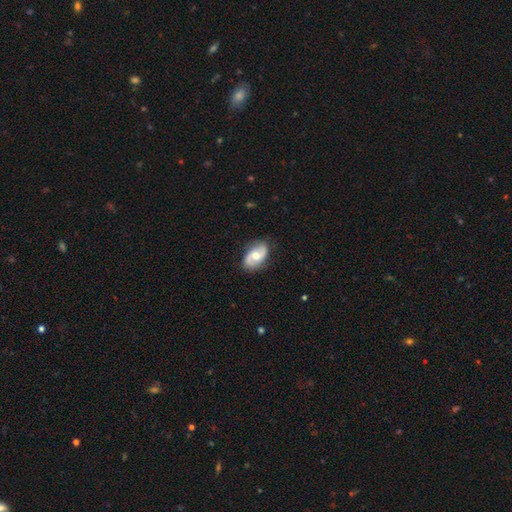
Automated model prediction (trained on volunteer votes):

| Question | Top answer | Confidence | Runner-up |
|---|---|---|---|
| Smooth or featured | featured or disk | 66% | smooth (28%) |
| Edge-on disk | no | 96% | yes (4%) |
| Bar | no | 63% | weak (29%) |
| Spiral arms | yes | 85% | no (15%) |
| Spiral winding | loose | 41% | medium (39%) |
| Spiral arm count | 2 | 89% | can't tell (6%) |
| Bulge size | moderate | 76% | small (15%) |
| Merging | none | 82% | minor disturbance (13%) |